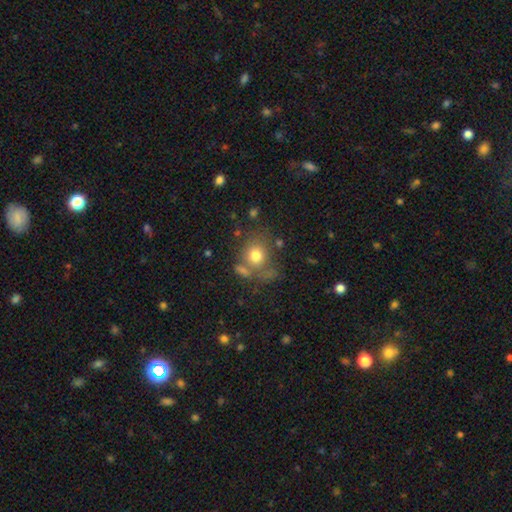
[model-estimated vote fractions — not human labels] smooth-or-featured: smooth: 74% | featured or disk: 14% | star or artifact: 11%
  how-rounded: round: 69% | in between: 30% | cigar-shaped: 1%
  merging: none: 53% | merger: 19% | minor disturbance: 17% | major disturbance: 11%